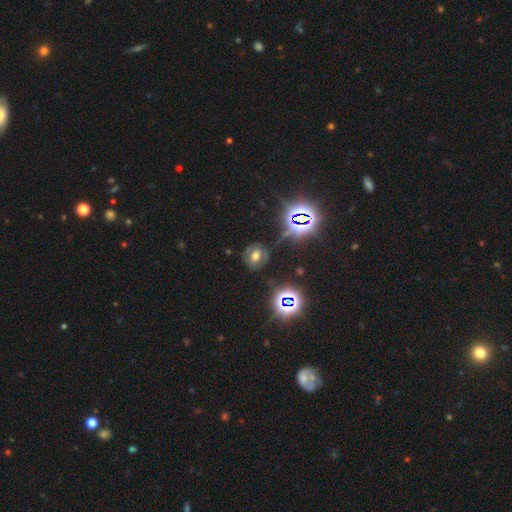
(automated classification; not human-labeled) Smooth or featured: smooth — 42% (star or artifact — 33%)
Merging: none — 71% (minor disturbance — 17%)